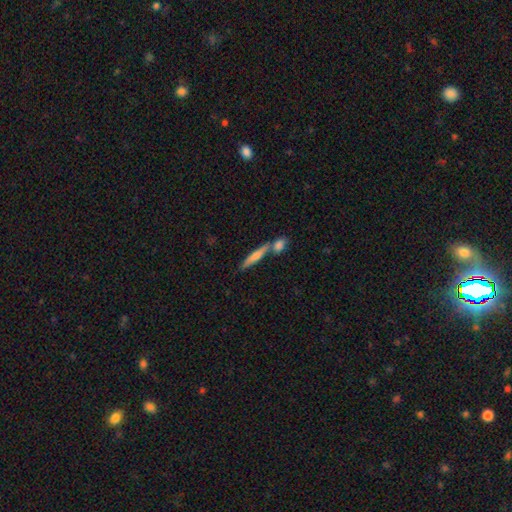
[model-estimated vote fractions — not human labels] A smooth galaxy with no disk features (46%, tied with featured or disk).

Vote fractions:
- Smooth or featured? smooth: 46% (tied) / featured or disk: 46% (tied) / star or artifact: 8%
- Merging? none: 60% / merger: 29% / minor disturbance: 8% / major disturbance: 3%